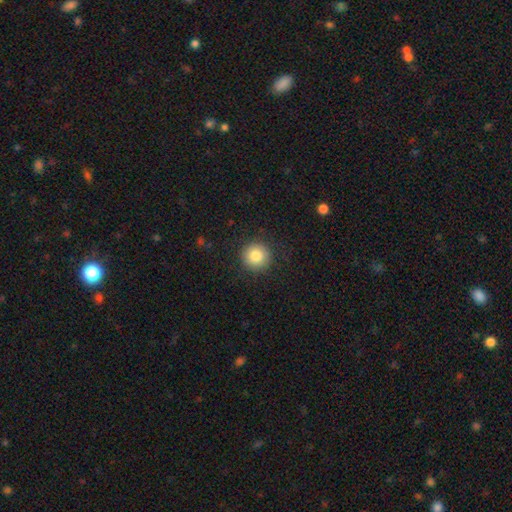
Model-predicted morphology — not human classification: smooth 83%, star or artifact 10%, featured or disk 7%. Down the decision tree: how rounded — round (95%); merging — none (90%).